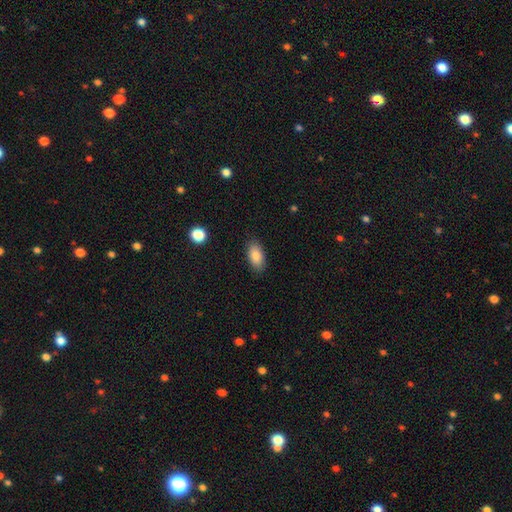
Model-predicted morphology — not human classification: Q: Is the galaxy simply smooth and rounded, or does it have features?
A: smooth — 87%.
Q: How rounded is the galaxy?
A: in between — 92%.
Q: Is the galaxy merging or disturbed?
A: none — 87%.